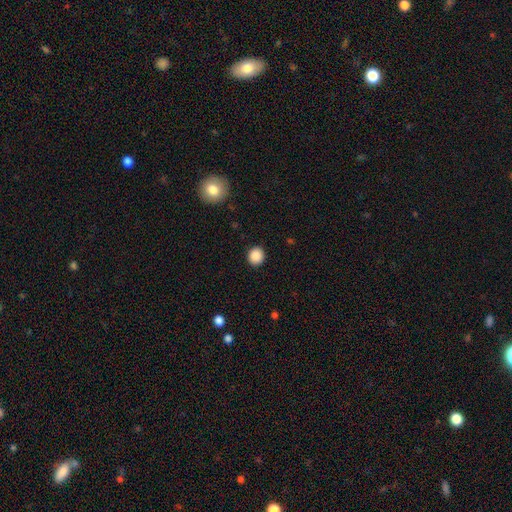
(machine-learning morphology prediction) Smooth or featured? Predicted: smooth (p=0.88). How rounded? Predicted: round (p=0.87). Merging? Predicted: none (p=0.91).